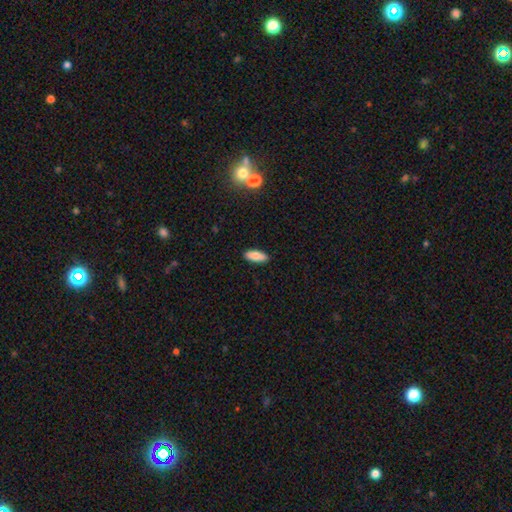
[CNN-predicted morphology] This is clearly a smooth galaxy (82%). How rounded: likely in between (79%). Merging: clearly none (89%).